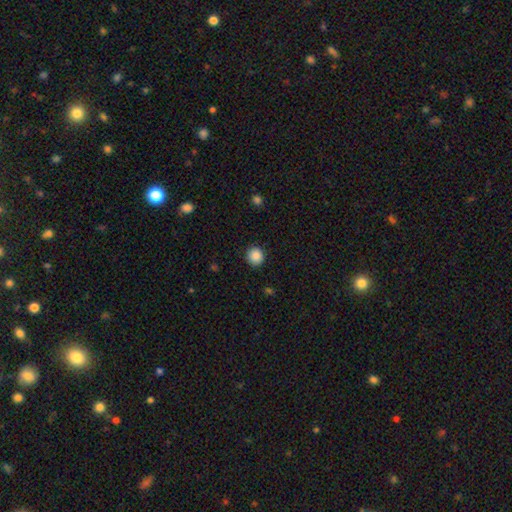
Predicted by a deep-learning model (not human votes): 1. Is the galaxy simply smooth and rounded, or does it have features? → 87% smooth, 9% star or artifact, 3% featured or disk.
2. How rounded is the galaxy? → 91% round, 8% in between, 1% cigar-shaped.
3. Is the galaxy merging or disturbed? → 90% none, 7% minor disturbance, 2% major disturbance, 1% merger.